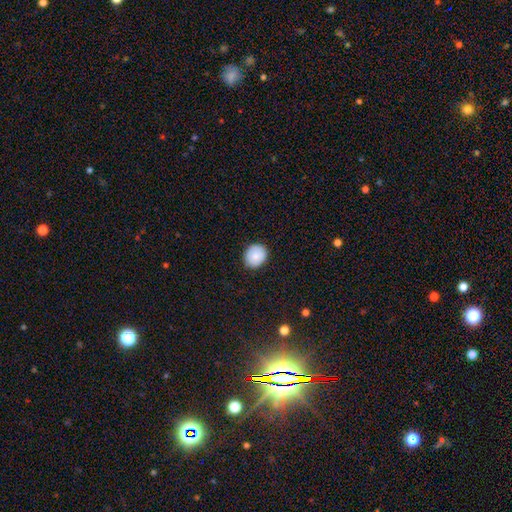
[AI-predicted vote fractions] A smooth galaxy with no disk features (82%) that is round (71%).

Vote fractions:
- Smooth or featured? smooth: 82% / featured or disk: 10% / star or artifact: 8%
- How rounded? round: 71% / in between: 28% / cigar-shaped: 1%
- Merging? none: 88% / minor disturbance: 9% / major disturbance: 2% / merger: 1%